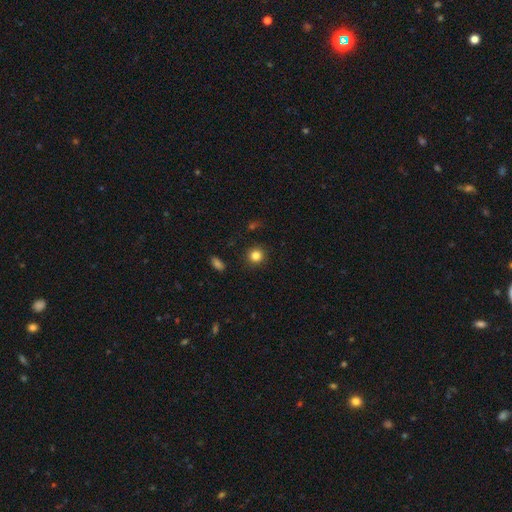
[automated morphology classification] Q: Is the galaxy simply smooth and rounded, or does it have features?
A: smooth — 84%.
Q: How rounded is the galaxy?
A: round — 92%.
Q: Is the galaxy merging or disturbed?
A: none — 90%.